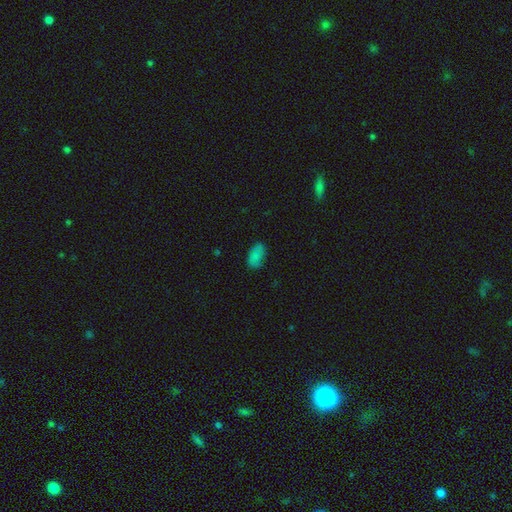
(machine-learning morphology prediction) A smooth galaxy with no disk features (82%) that is in between round and cigar-shaped (94%).

Vote fractions:
- Smooth or featured? smooth: 82% / star or artifact: 12% / featured or disk: 6%
- How rounded? in between: 94% / round: 4% / cigar-shaped: 3%
- Merging? none: 77% / minor disturbance: 17% / major disturbance: 4% / merger: 2%